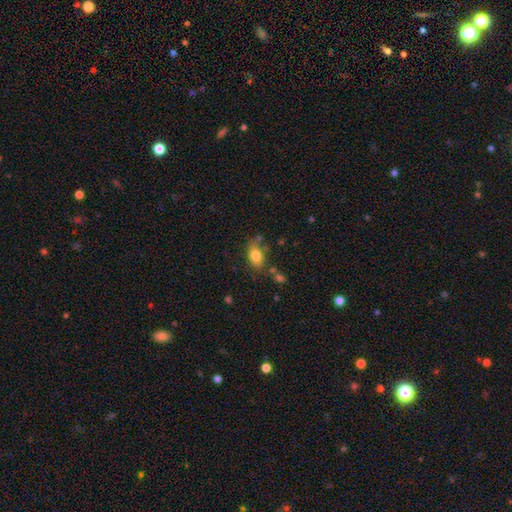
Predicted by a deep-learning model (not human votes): smooth 80%, featured or disk 11%, star or artifact 9%. Down the decision tree: how rounded — in between (84%); merging — none (68%).